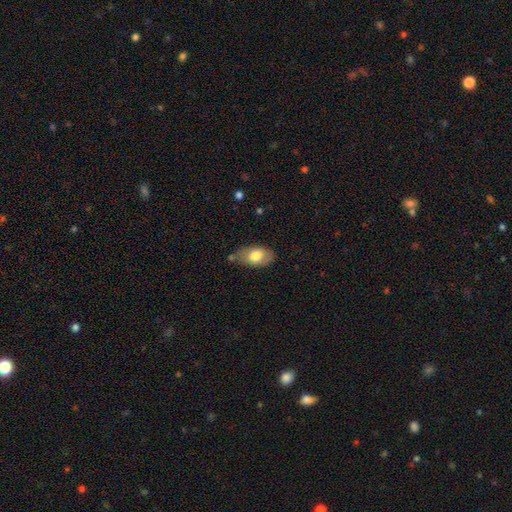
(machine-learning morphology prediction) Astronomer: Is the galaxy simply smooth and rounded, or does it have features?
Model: smooth — 72%.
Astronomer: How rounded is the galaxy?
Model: in between — 92%.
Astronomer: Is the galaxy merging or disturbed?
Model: none — 62%.